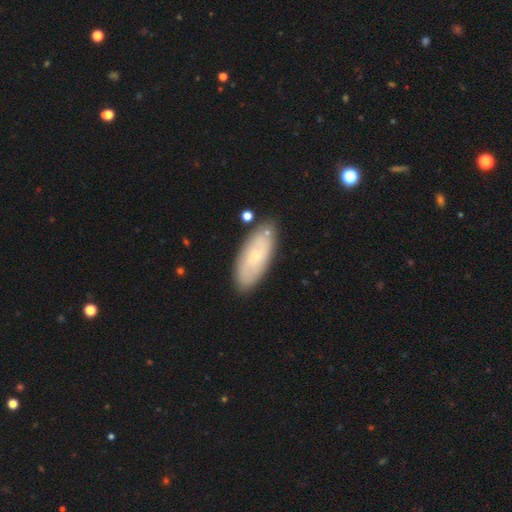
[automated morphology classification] smooth_or_featured: smooth (p=0.54) [alt: featured or disk p=0.40]
how_rounded: in between (p=0.78) [alt: cigar-shaped p=0.19]
merging: none (p=0.79) [alt: minor disturbance p=0.14]